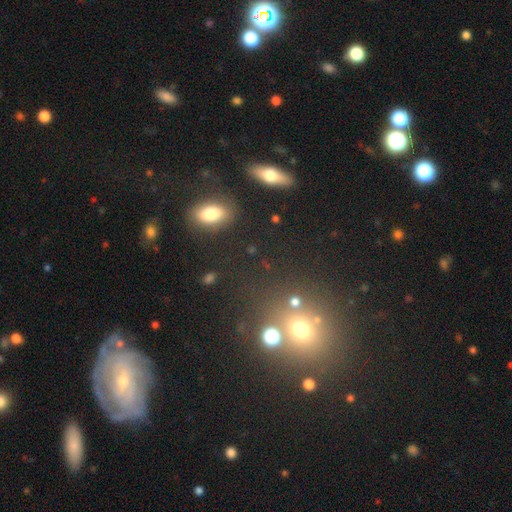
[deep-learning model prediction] Smooth or featured? star or artifact (41%)